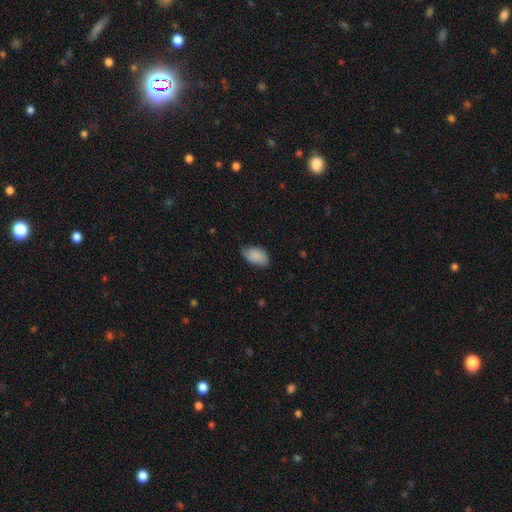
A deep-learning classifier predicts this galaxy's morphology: smooth 85%, featured or disk 9%, star or artifact 7%. Down the decision tree: how rounded — in between (92%); merging — none (65%).